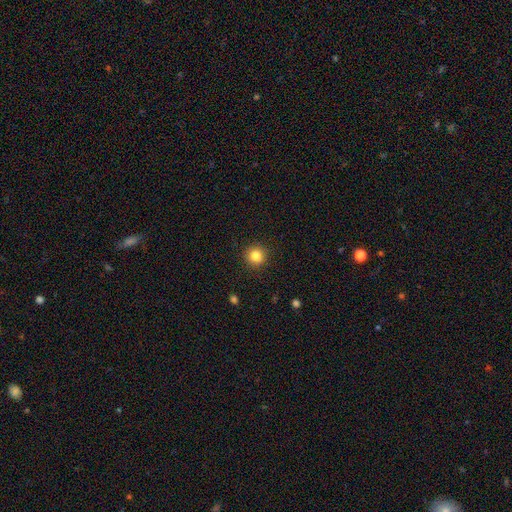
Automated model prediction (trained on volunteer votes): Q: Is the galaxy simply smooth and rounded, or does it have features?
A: smooth — 84%.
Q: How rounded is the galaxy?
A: round — 93%.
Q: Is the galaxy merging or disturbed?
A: none — 91%.